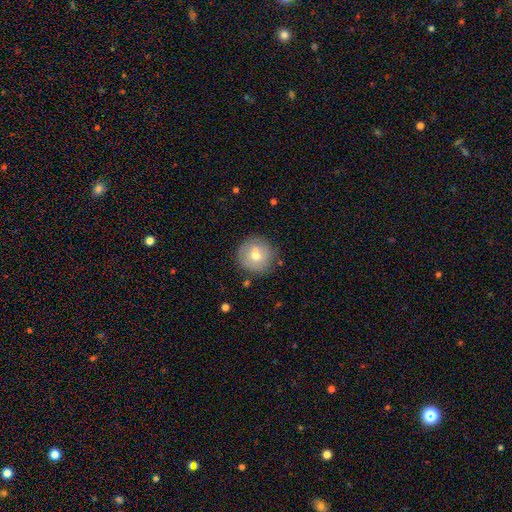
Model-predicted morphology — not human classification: Smooth or featured: smooth — 67% (featured or disk — 24%)
How rounded: round — 95% (in between — 4%)
Merging: none — 74% (merger — 11%)